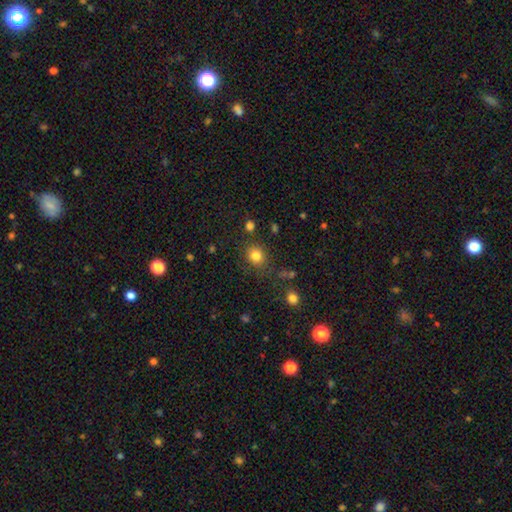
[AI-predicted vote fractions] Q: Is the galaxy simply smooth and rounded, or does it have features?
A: smooth — 82%.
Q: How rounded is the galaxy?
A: round — 79%.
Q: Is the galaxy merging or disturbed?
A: none — 81%.